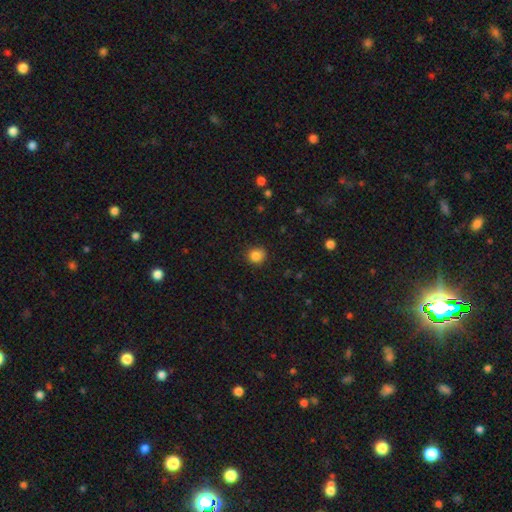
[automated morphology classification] type=smooth (85%); roundness=round (83%); merging=none (82%).